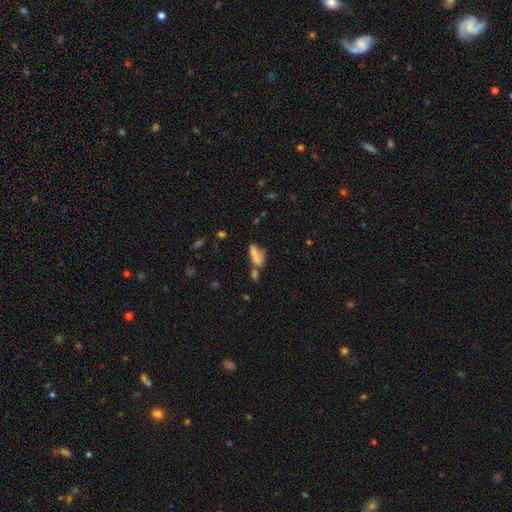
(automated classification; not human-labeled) Smooth or featured? smooth (70%)
How rounded? in between (63%)
Merging? merger (39%)